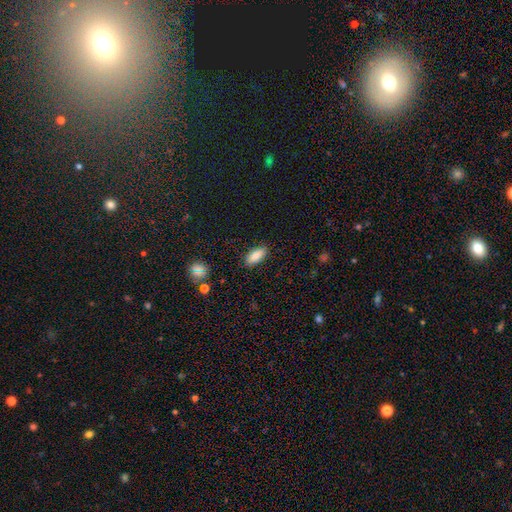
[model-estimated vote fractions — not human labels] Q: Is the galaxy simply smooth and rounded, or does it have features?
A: smooth — 85%.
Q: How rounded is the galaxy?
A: in between — 82%.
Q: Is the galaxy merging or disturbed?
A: none — 88%.